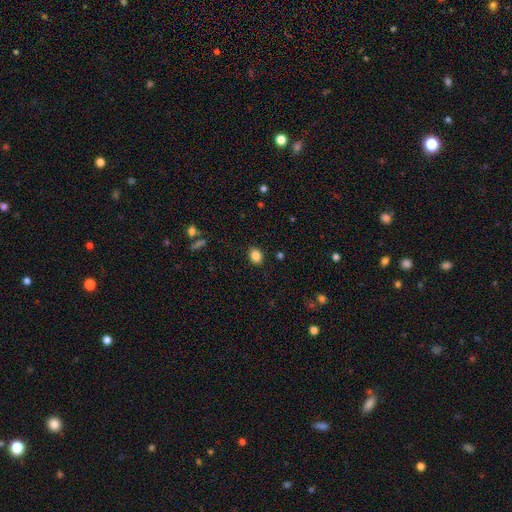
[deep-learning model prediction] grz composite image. It shows a smooth galaxy with no disk features (84%) that is in between round and cigar-shaped (53%). Merging: none (87%).